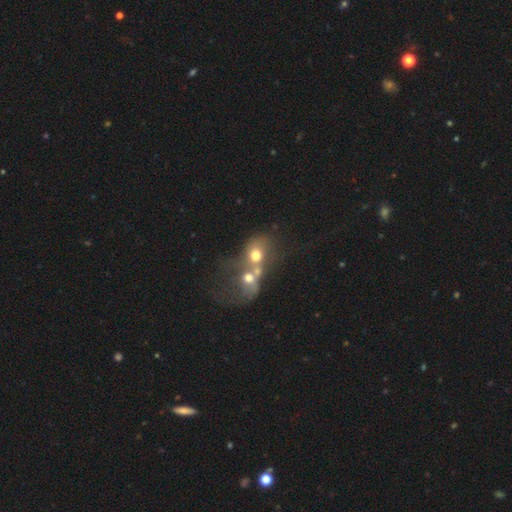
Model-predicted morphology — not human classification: Smooth or featured?
  - smooth: 54% *
  - featured or disk: 32%
  - star or artifact: 14%
How rounded?
  - round: 61% *
  - in between: 37%
  - cigar-shaped: 1%
Merging?
  - merger: 72% *
  - none: 13%
  - major disturbance: 10%
  - minor disturbance: 5%